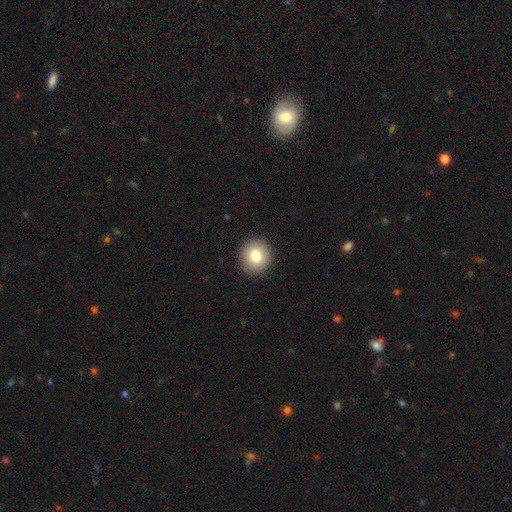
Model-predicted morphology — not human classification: The model was most divided on "smooth or featured": smooth: 81%, featured or disk: 10%, star or artifact: 9%. More confident: merging — none (92%); how rounded — round (92%).